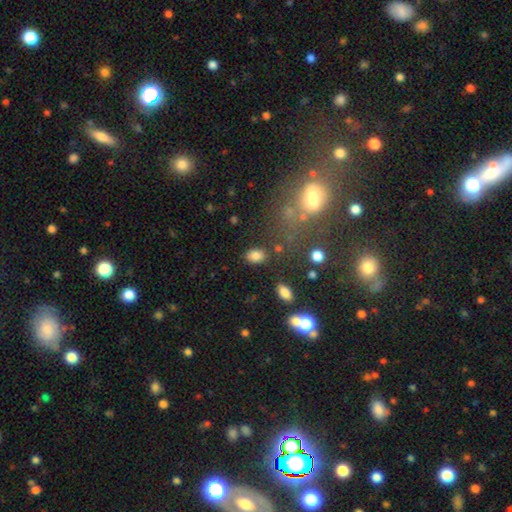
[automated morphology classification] This appears to be a smooth galaxy with no disk features (83%) that is in between round and cigar-shaped (82%). Merging: none (81%).